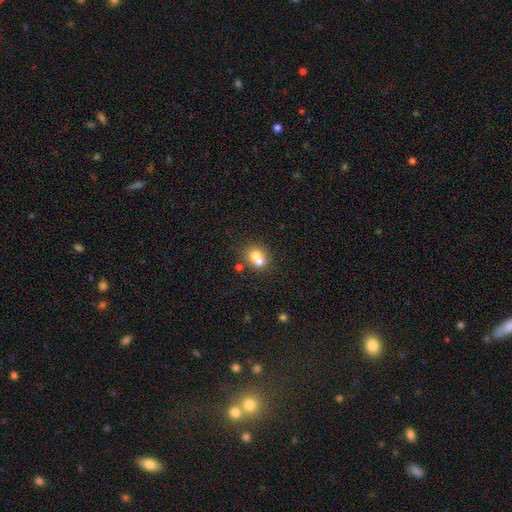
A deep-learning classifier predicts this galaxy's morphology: Overall: smooth (67%). How rounded: round (66%; in between 33%). Merging: merger (59%; none 31%).